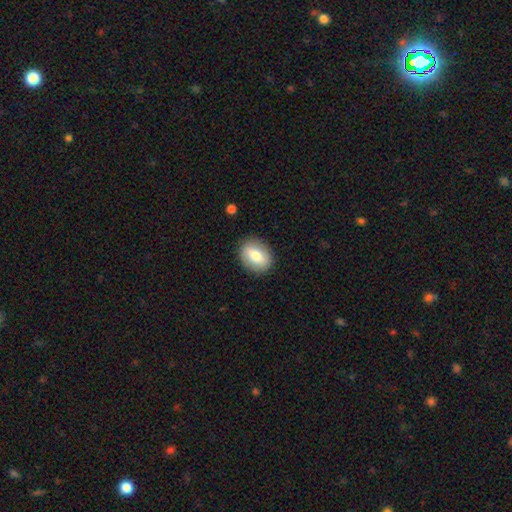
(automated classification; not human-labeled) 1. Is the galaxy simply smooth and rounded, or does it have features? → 70% smooth, 22% featured or disk, 7% star or artifact.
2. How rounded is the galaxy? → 62% in between, 37% round, 2% cigar-shaped.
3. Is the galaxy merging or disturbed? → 87% none, 9% minor disturbance, 3% major disturbance, 1% merger.